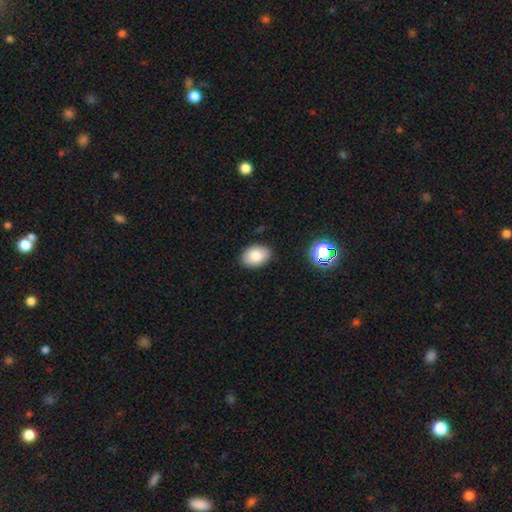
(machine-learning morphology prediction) Overall: smooth (85%). How rounded: in between (82%). Merging: none (87%).